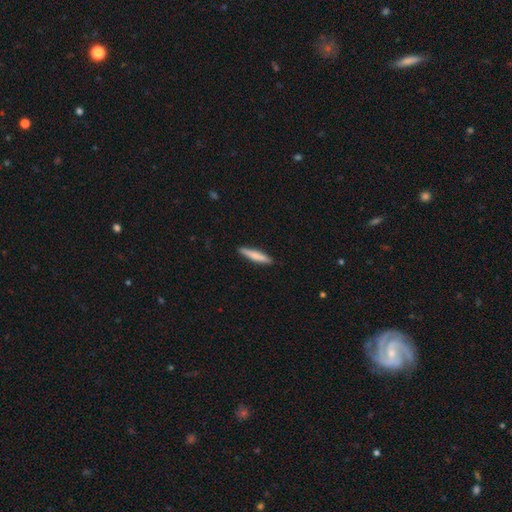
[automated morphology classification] Smooth or featured? Predicted: smooth (p=0.74). How rounded? Predicted: cigar-shaped (p=0.91). Merging? Predicted: none (p=0.90).